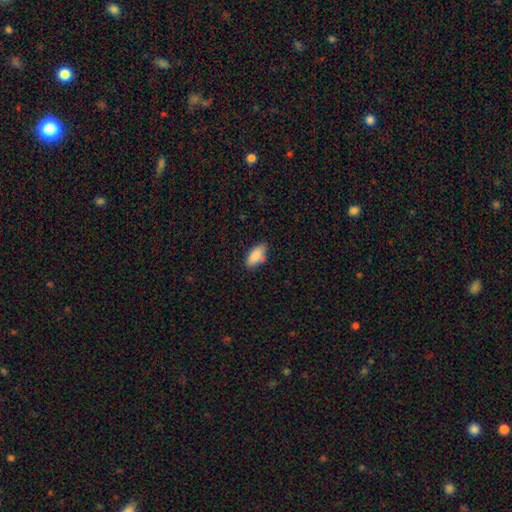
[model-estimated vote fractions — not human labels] Q: Smooth or featured?
A: smooth (86%); runner-up: star or artifact (7%)
Q: How rounded?
A: in between (88%); runner-up: cigar-shaped (10%)
Q: Merging?
A: none (71%); runner-up: minor disturbance (22%)